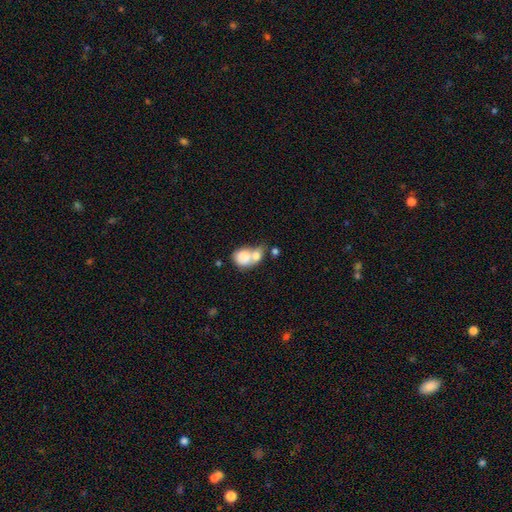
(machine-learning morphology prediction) smooth 76%, featured or disk 16%, star or artifact 7%. Down the decision tree: how rounded — in between (51%); merging — merger (65%).